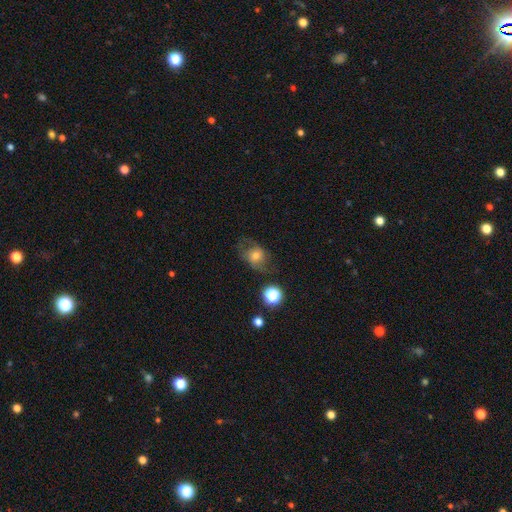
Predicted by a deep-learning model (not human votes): smooth 54%, featured or disk 33%, star or artifact 13%. Down the decision tree: how rounded — round (55%); merging — none (52%).